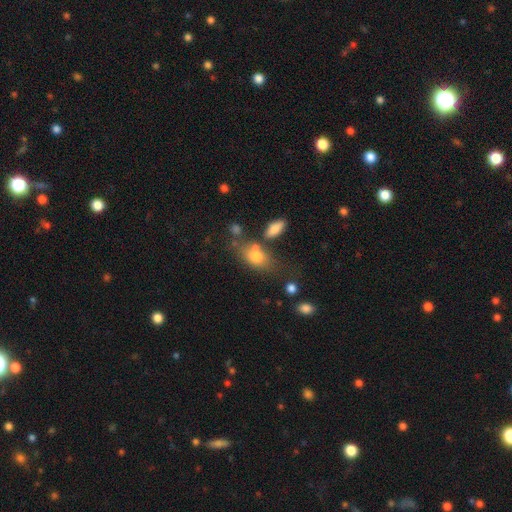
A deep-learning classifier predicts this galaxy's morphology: This appears to be a smooth galaxy with no disk features (74%) that is in between round and cigar-shaped (78%). Merging: none (50%).